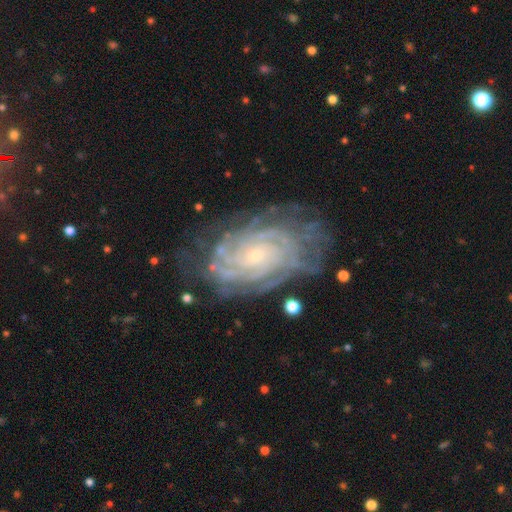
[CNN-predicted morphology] Smooth or featured? Predicted: featured or disk (p=0.88). Edge-on disk? Predicted: no (p=0.97). Bar? Predicted: no (p=0.74). Spiral arms? Predicted: yes (p=0.97). Spiral winding? Predicted: tight (p=0.81). Spiral arm count? Predicted: can't tell (p=0.28). Bulge size? Predicted: small (p=0.82). Merging? Predicted: none (p=0.73).